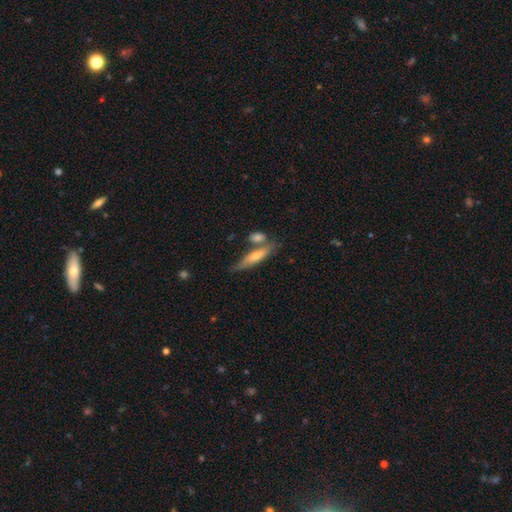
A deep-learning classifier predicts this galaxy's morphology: Smooth or featured: smooth — 49% (featured or disk — 44%)
Merging: none — 59% (merger — 22%)